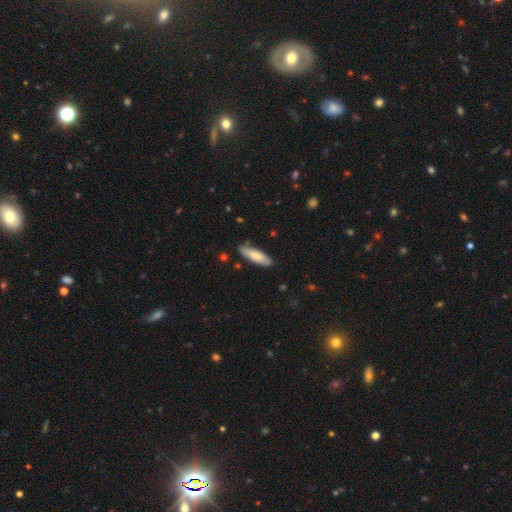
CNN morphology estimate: smooth-or-featured: smooth: 74% | featured or disk: 21% | star or artifact: 5%
  how-rounded: cigar-shaped: 53% | in between: 46% | round: 2%
  merging: none: 83% | minor disturbance: 14% | major disturbance: 2% | merger: 2%